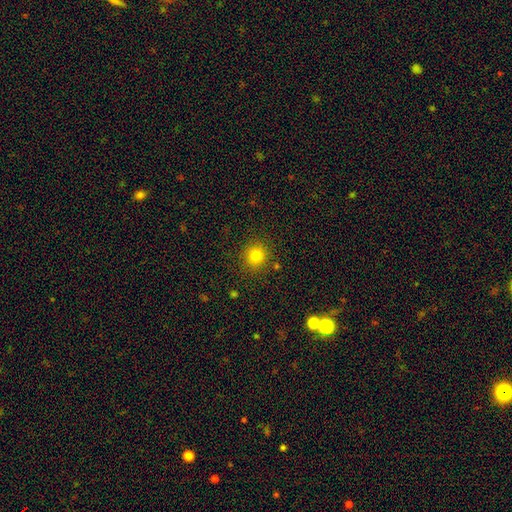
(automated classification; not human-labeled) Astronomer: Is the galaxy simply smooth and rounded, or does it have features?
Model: smooth — 80%.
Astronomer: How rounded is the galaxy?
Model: round — 90%.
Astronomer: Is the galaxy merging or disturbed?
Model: none — 88%.